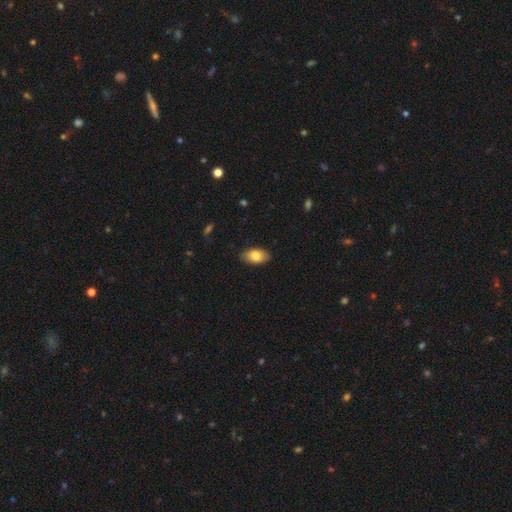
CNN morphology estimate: The model was most divided on "smooth or featured": smooth: 81%, featured or disk: 12%, star or artifact: 7%. More confident: how rounded — in between (93%); merging — none (87%).